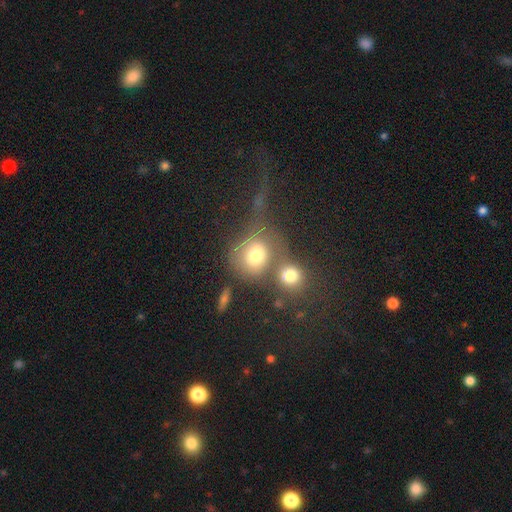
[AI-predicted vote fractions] Overall: smooth (67%). How rounded: round (68%; in between 30%). Merging: merger (45%; none 30%).